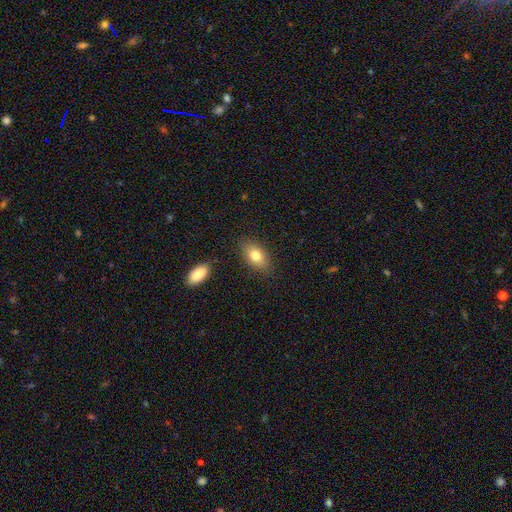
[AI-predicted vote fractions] Overall: smooth (79%). How rounded: in between (88%). Merging: none (83%).